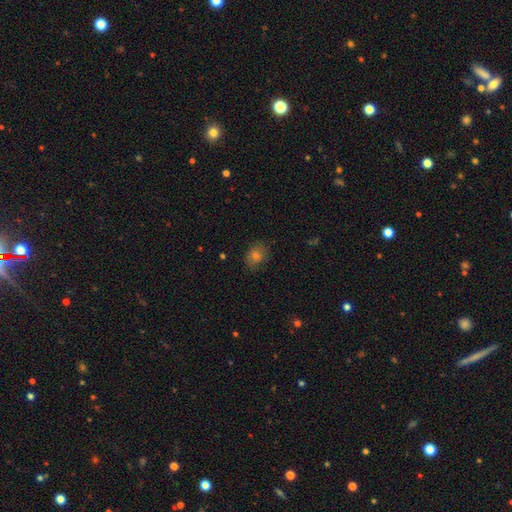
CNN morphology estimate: Smooth or featured: smooth — 68% (featured or disk — 16%)
How rounded: round — 50% (in between — 49%)
Merging: none — 77% (minor disturbance — 17%)